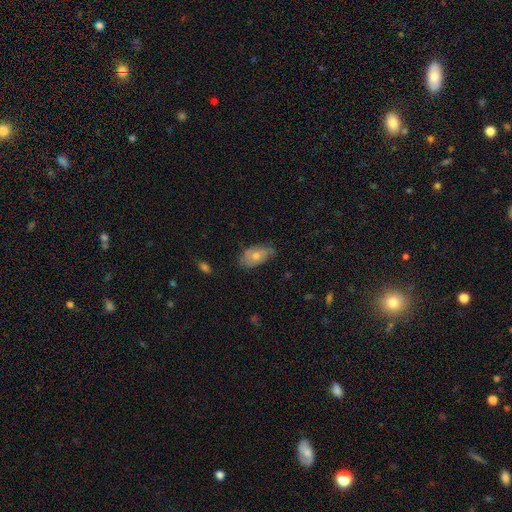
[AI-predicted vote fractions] Smooth or featured?
  - smooth: 60% *
  - featured or disk: 33%
  - star or artifact: 7%
How rounded?
  - in between: 92% *
  - round: 5%
  - cigar-shaped: 3%
Merging?
  - none: 58% *
  - minor disturbance: 32%
  - major disturbance: 9%
  - merger: 2%